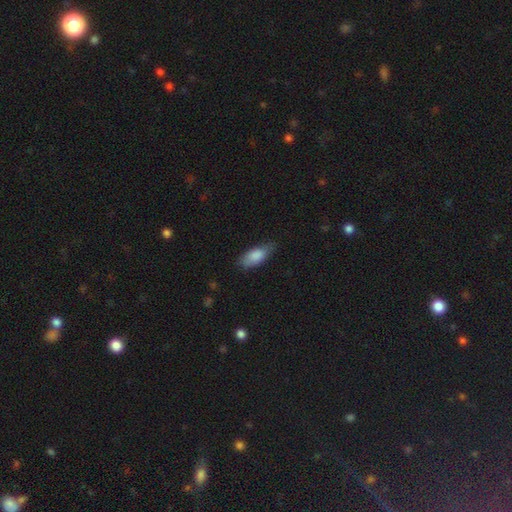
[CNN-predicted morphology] smooth_or_featured: smooth (p=0.84) [alt: featured or disk p=0.10]
how_rounded: in between (p=0.83) [alt: cigar-shaped p=0.14]
merging: none (p=0.68) [alt: minor disturbance p=0.25]